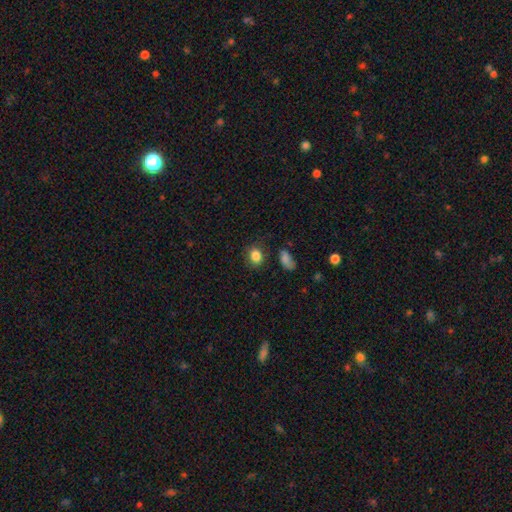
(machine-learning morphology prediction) smooth-or-featured: smooth: 84% | star or artifact: 10% | featured or disk: 7%
  how-rounded: in between: 50% | round: 49% | cigar-shaped: 1%
  merging: none: 74% | minor disturbance: 17% | major disturbance: 5% | merger: 4%